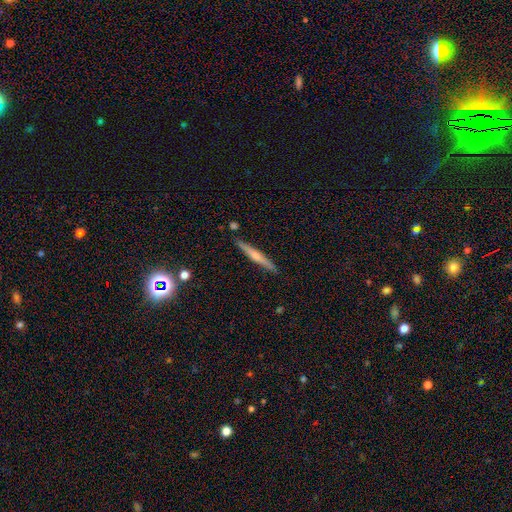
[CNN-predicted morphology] smooth-or-featured: featured or disk: 50% | smooth: 44% | star or artifact: 6%
  disk-edge-on: yes: 97% | no: 3%
  merging: none: 89% | minor disturbance: 8% | merger: 2% | major disturbance: 1%